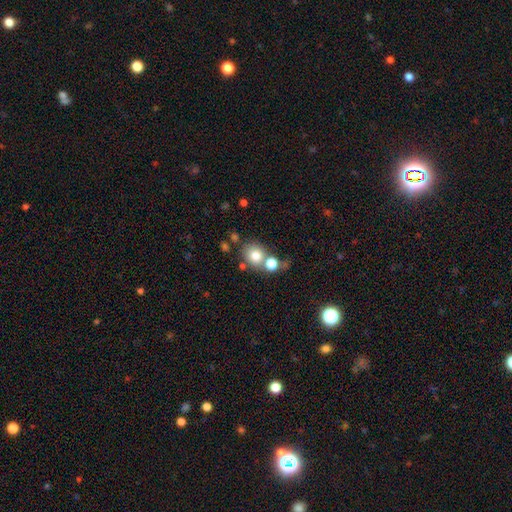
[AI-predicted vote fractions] The model was most divided on "merging": none: 56%, merger: 29%, minor disturbance: 10%, major disturbance: 4%. More confident: smooth or featured — smooth (77%); how rounded — round (75%).